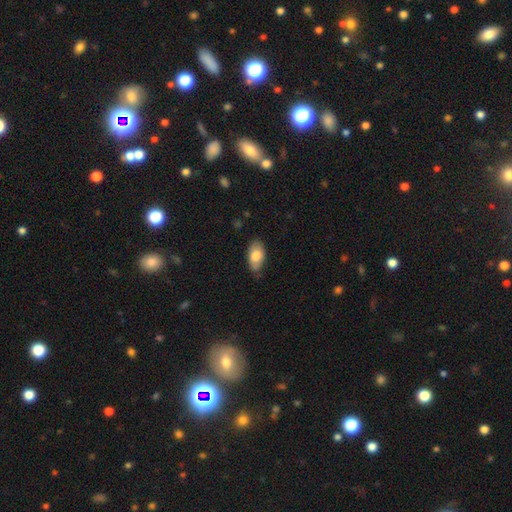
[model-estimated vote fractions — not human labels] This appears to be a smooth galaxy with no disk features (76%) that is in between round and cigar-shaped (94%). Merging: none (69%).